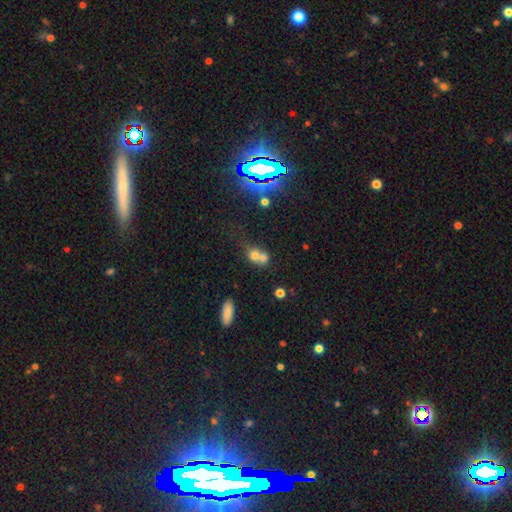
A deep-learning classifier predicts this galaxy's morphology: smooth_or_featured: smooth (p=0.66) [alt: featured or disk p=0.17]
how_rounded: round (p=0.62) [alt: in between p=0.36]
merging: merger (p=0.64) [alt: none p=0.25]